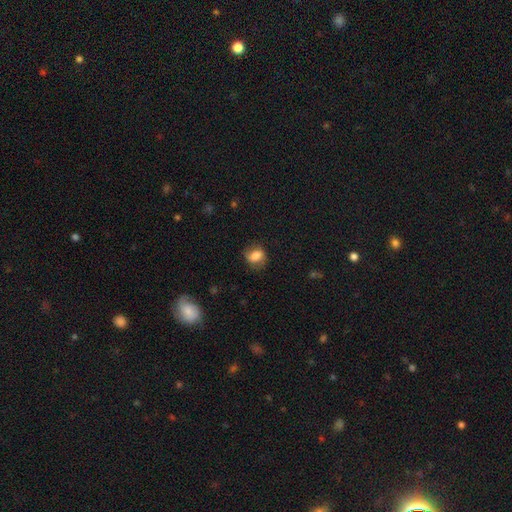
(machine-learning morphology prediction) Overall: smooth (73%). How rounded: in between (52%; round 47%). Merging: none (66%).